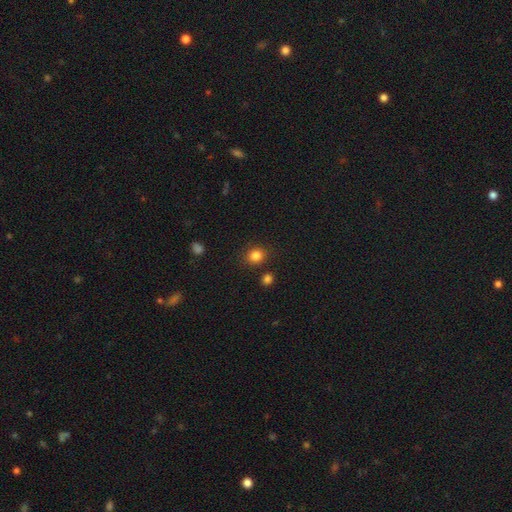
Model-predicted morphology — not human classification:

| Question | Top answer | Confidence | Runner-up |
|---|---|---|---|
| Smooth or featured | smooth | 83% | star or artifact (12%) |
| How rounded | round | 74% | in between (25%) |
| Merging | none | 84% | minor disturbance (9%) |